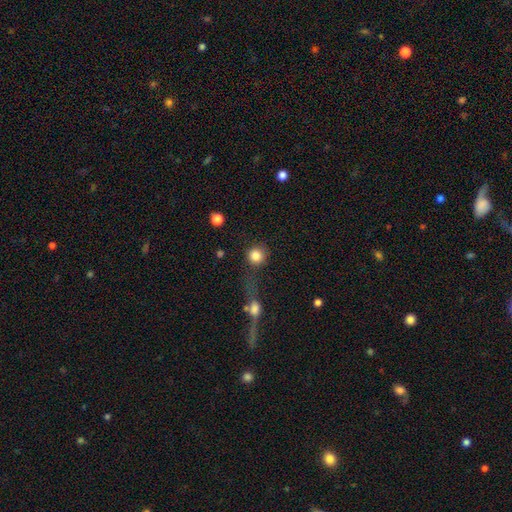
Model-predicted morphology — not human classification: smooth_or_featured: smooth (p=0.84) [alt: star or artifact p=0.10]
how_rounded: round (p=0.93) [alt: in between p=0.06]
merging: none (p=0.72) [alt: minor disturbance p=0.11]